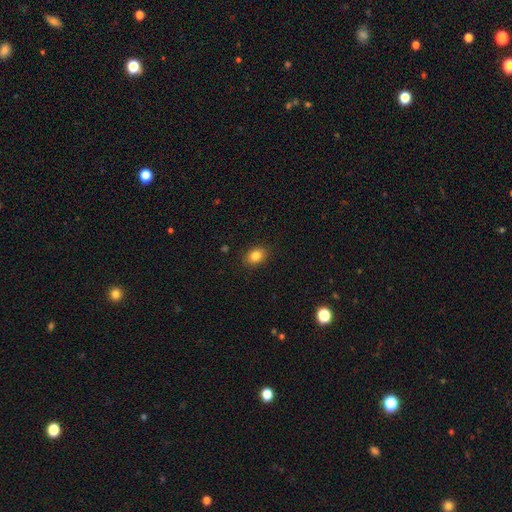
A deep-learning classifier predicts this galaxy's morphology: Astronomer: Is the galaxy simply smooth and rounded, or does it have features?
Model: smooth — 84%.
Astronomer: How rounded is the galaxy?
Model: in between — 69%.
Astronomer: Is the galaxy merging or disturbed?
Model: none — 87%.